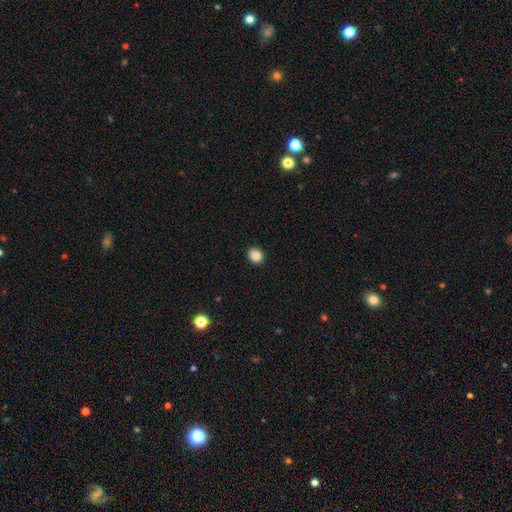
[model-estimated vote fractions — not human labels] smooth-or-featured: smooth: 88% | star or artifact: 9% | featured or disk: 3%
  how-rounded: round: 57% | in between: 42% | cigar-shaped: 1%
  merging: none: 91% | minor disturbance: 6% | major disturbance: 2% | merger: 1%